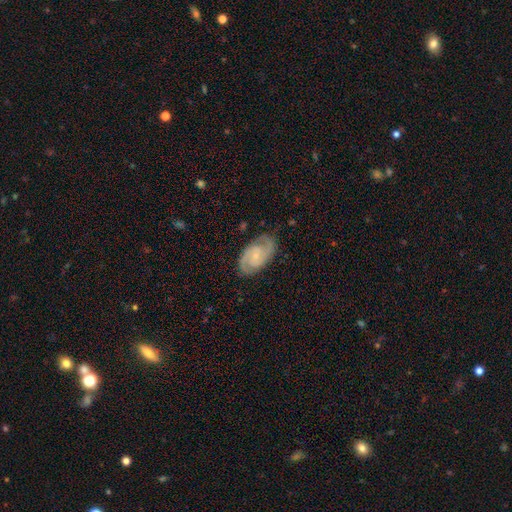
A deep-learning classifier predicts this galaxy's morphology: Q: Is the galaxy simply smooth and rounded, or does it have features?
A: featured or disk — 84%.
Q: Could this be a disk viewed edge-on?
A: no — 97%.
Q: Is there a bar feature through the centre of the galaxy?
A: no — 52%.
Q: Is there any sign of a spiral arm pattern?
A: yes — 97%.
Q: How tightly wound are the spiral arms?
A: medium — 48%.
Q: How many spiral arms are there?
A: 2 — 90%.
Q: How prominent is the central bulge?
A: small — 67%.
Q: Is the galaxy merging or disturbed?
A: none — 81%.